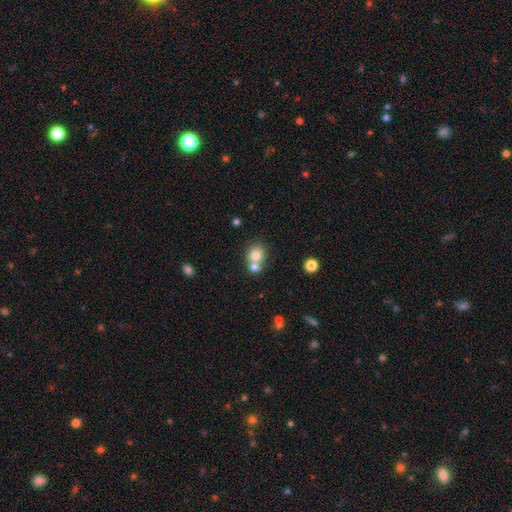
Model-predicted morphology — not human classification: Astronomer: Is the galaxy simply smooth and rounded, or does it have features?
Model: smooth — 77%.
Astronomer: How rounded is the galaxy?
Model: round — 77%.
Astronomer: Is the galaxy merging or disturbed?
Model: merger — 48% (runner-up: none, 42%).